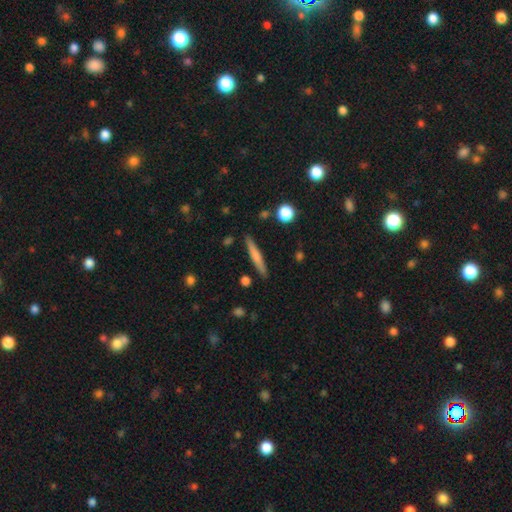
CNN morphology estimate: Smooth or featured?
  - smooth: 61% *
  - featured or disk: 33%
  - star or artifact: 6%
How rounded?
  - cigar-shaped: 93% *
  - in between: 5%
  - round: 2%
Merging?
  - none: 88% *
  - minor disturbance: 8%
  - merger: 2%
  - major disturbance: 2%